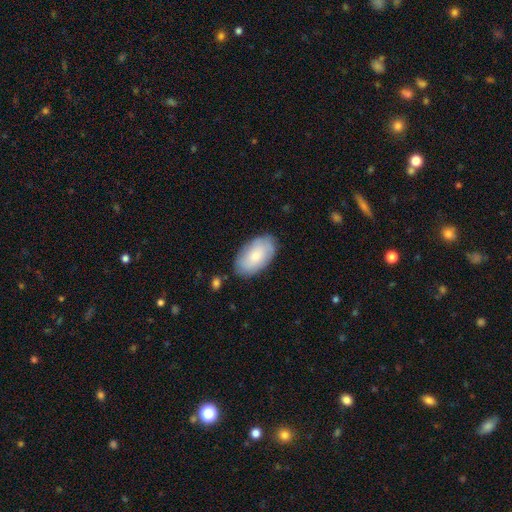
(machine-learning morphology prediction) smooth_or_featured: smooth (p=0.70) [alt: featured or disk p=0.24]
how_rounded: in between (p=0.95) [alt: round p=0.03]
merging: none (p=0.81) [alt: minor disturbance p=0.14]